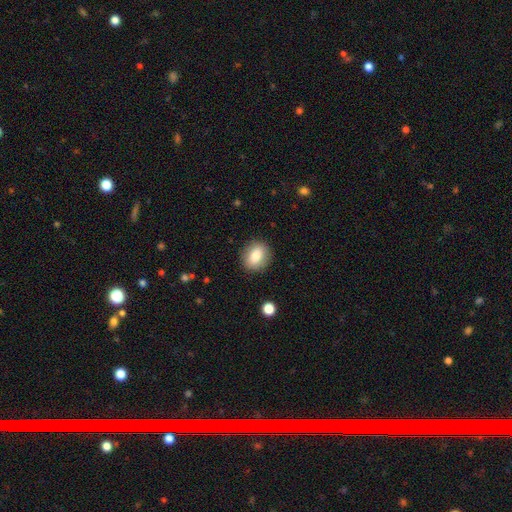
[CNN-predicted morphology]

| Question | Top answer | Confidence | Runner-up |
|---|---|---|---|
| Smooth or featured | smooth | 83% | featured or disk (9%) |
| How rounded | round | 52% | in between (47%) |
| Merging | none | 88% | minor disturbance (9%) |